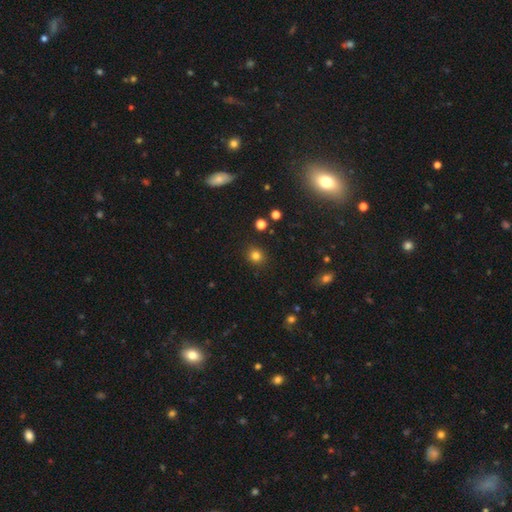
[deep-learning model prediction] Q: Smooth or featured?
A: smooth (80%); runner-up: star or artifact (14%)
Q: How rounded?
A: round (83%); runner-up: in between (16%)
Q: Merging?
A: none (89%); runner-up: minor disturbance (7%)